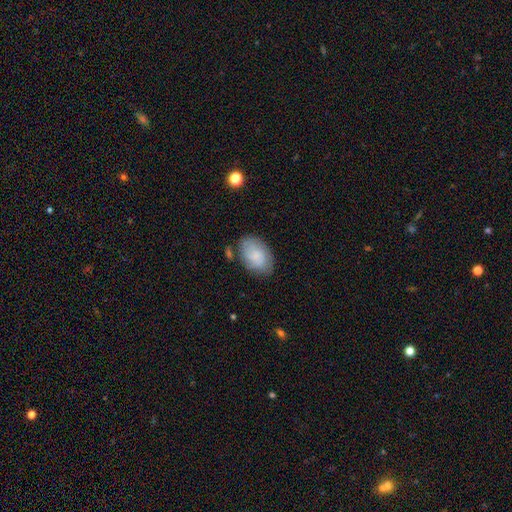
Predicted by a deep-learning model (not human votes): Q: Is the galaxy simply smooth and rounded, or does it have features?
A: smooth — 63%.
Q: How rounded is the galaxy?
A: in between — 86%.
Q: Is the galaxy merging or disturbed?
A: none — 73%.